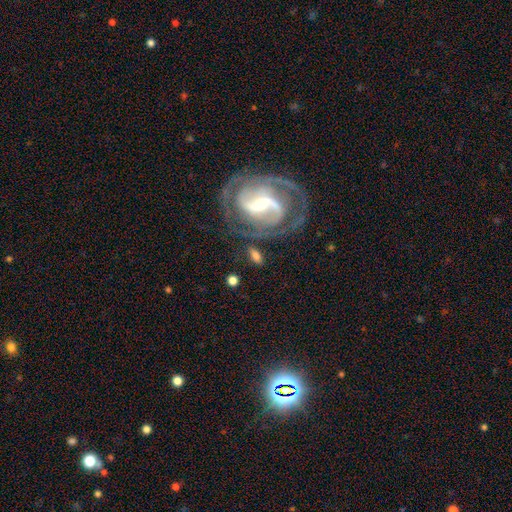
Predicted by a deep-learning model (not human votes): Smooth or featured? featured or disk (56%)
Edge-on disk? no (87%)
Merging? none (68%)